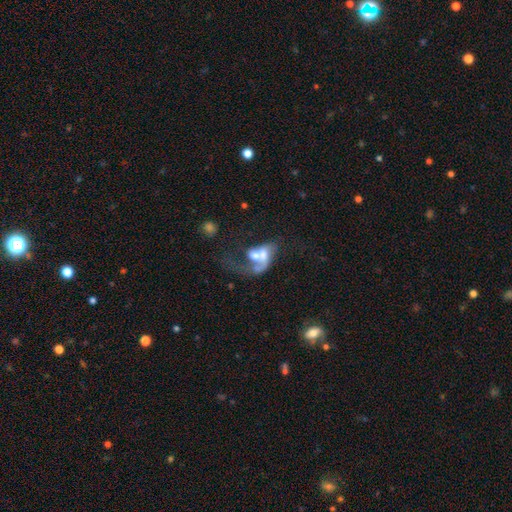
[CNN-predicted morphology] type=featured or disk (59%); edge-on=no (96%); bar=no (70%); spiral arms=yes (64%); bulge=moderate (48%); merging=merger (65%).